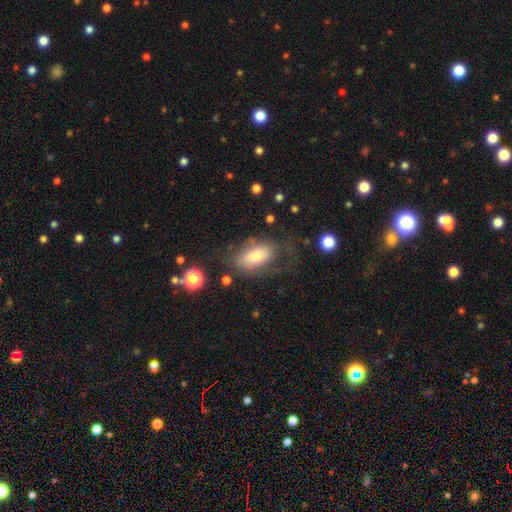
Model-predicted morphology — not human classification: This appears to be a smooth galaxy with no disk features (62%) that is in between round and cigar-shaped (89%). Merging: none (49%).